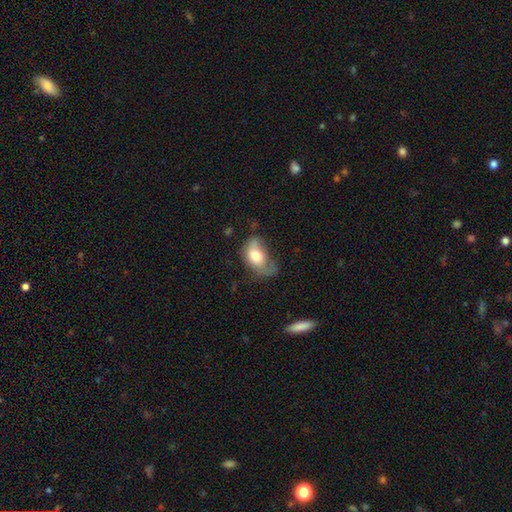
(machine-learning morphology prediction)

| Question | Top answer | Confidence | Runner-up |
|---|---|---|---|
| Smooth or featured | smooth | 69% | featured or disk (24%) |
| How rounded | in between | 86% | round (12%) |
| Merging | major disturbance | 38% | minor disturbance (32%) |